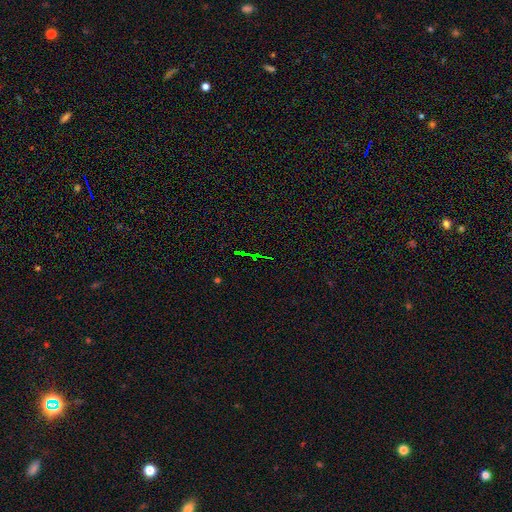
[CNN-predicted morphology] type=star or artifact (75%).